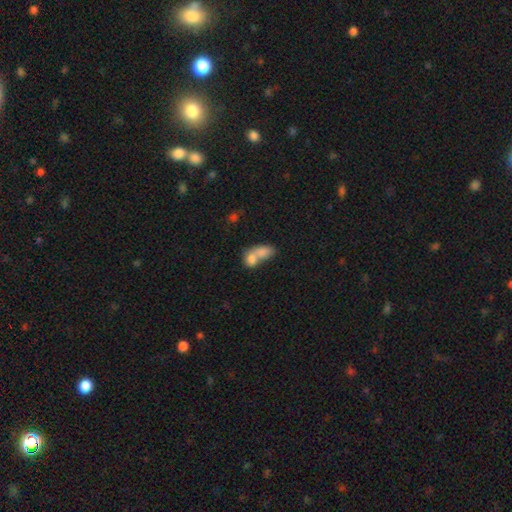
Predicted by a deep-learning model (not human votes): smooth_or_featured: smooth (p=0.76) [alt: featured or disk p=0.15]
how_rounded: in between (p=0.77) [alt: round p=0.19]
merging: merger (p=0.75) [alt: none p=0.15]